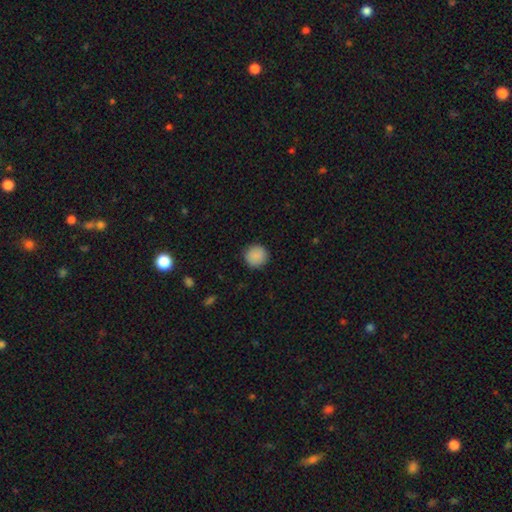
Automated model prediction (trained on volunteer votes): Smooth or featured?
  - smooth: 89% *
  - star or artifact: 8%
  - featured or disk: 3%
How rounded?
  - round: 94% *
  - in between: 5%
  - cigar-shaped: 1%
Merging?
  - none: 91% *
  - minor disturbance: 6%
  - major disturbance: 2%
  - merger: 1%